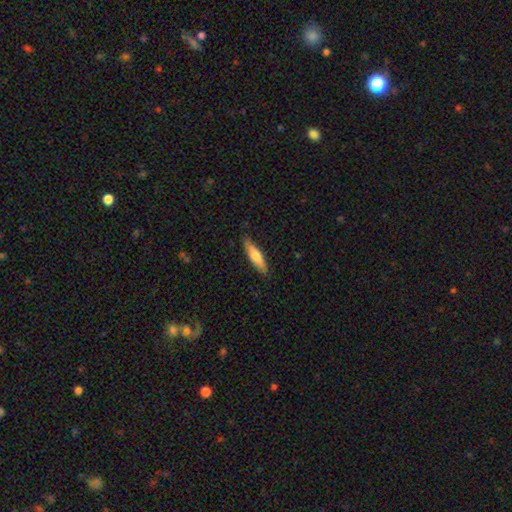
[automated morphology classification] A smooth galaxy with no disk features (66%) that is cigar-shaped (79%). Merging: none (86%).